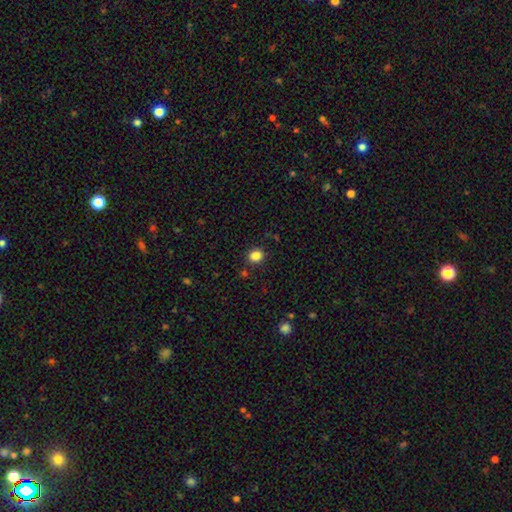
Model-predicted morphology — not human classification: smooth 85%, star or artifact 11%, featured or disk 4%. Down the decision tree: how rounded — round (72%); merging — none (86%).